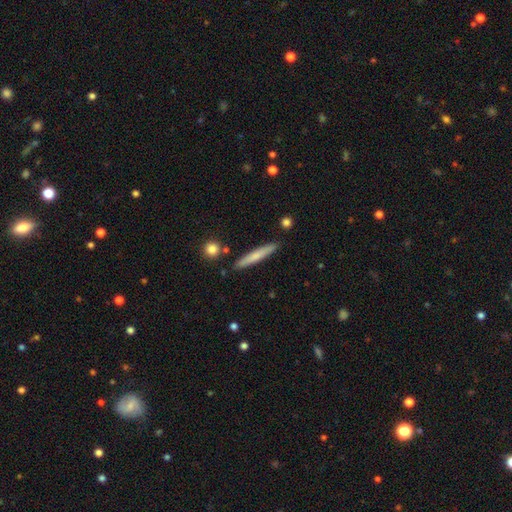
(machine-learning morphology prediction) Smooth or featured? Predicted: smooth (p=0.64). How rounded? Predicted: cigar-shaped (p=0.95). Merging? Predicted: none (p=0.88).